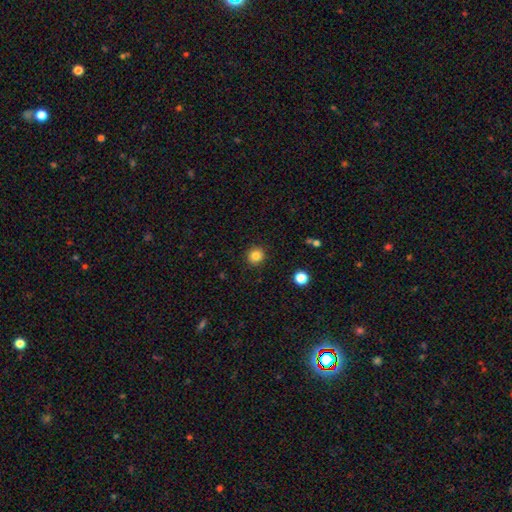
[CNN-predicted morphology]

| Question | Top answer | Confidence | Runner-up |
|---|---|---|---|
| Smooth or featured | smooth | 84% | star or artifact (11%) |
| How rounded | round | 91% | in between (8%) |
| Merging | none | 91% | minor disturbance (6%) |